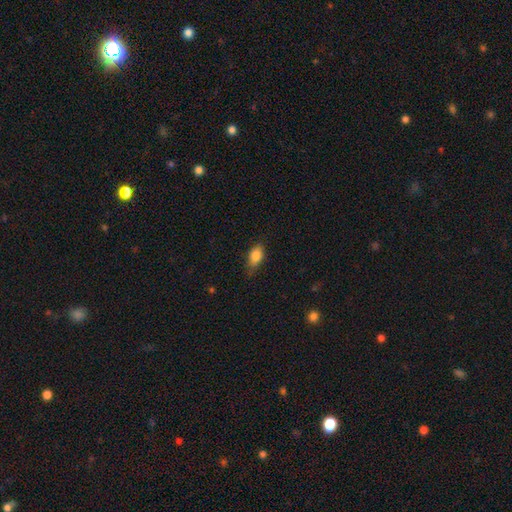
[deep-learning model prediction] This appears to be a smooth galaxy with no disk features (83%) that is in between round and cigar-shaped (86%). Merging: none (67%).